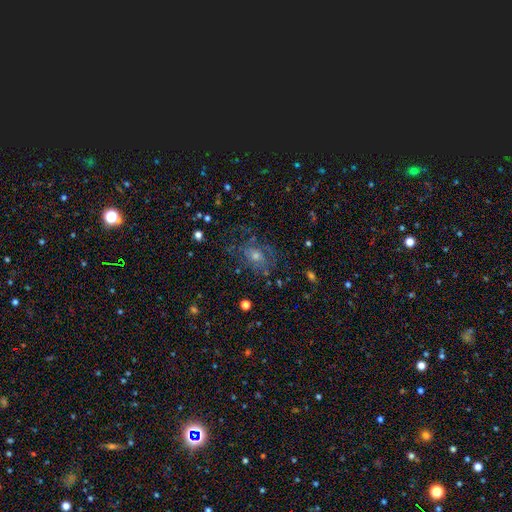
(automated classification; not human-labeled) This is possibly a featured or disk galaxy (46%). Merging: likely none (61%).